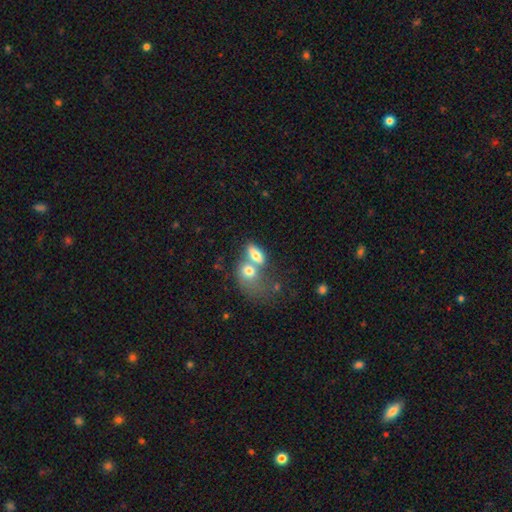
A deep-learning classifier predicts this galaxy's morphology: smooth_or_featured: smooth (p=0.71) [alt: featured or disk p=0.21]
how_rounded: in between (p=0.82) [alt: round p=0.12]
merging: merger (p=0.69) [alt: none p=0.18]